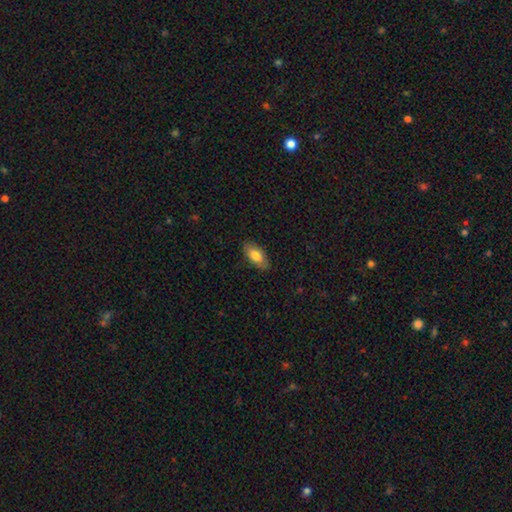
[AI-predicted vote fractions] Smooth or featured? Predicted: smooth (p=0.78). How rounded? Predicted: in between (p=0.90). Merging? Predicted: none (p=0.85).